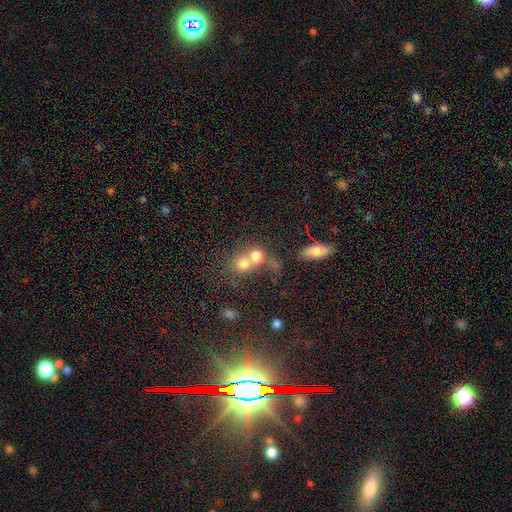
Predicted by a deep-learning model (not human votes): smooth 70%, featured or disk 17%, star or artifact 13%. Down the decision tree: how rounded — round (72%); merging — merger (64%).